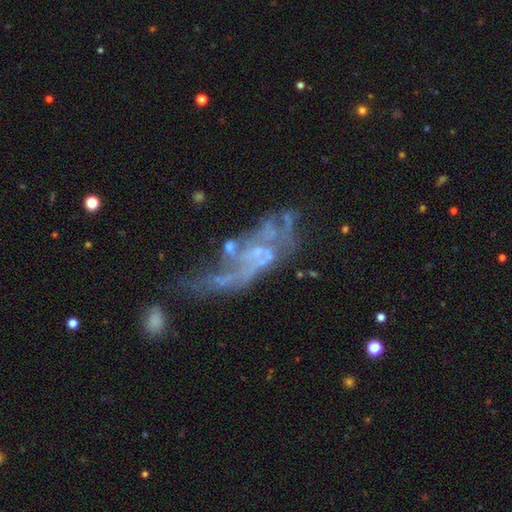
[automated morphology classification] The model was most divided on "spiral arms": yes: 52%, no: 48%. Remaining: edge-on disk — no (92%); smooth or featured — featured or disk (75%); bar — no (71%); bulge size — none (54%); merging — major disturbance (39%).